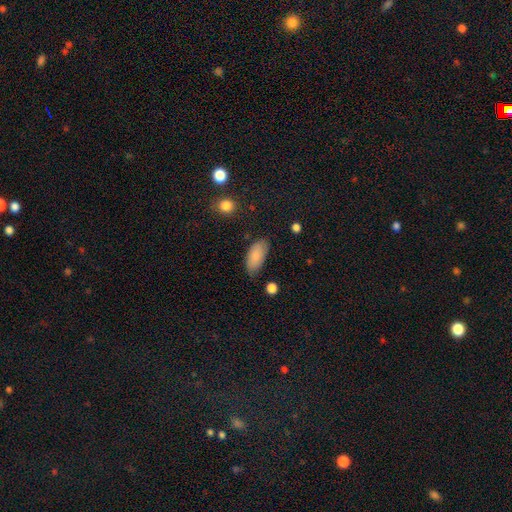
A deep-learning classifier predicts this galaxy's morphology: Smooth or featured?
  - smooth: 84% *
  - featured or disk: 10%
  - star or artifact: 6%
How rounded?
  - in between: 92% *
  - cigar-shaped: 5%
  - round: 2%
Merging?
  - none: 75% *
  - minor disturbance: 20%
  - major disturbance: 4%
  - merger: 2%